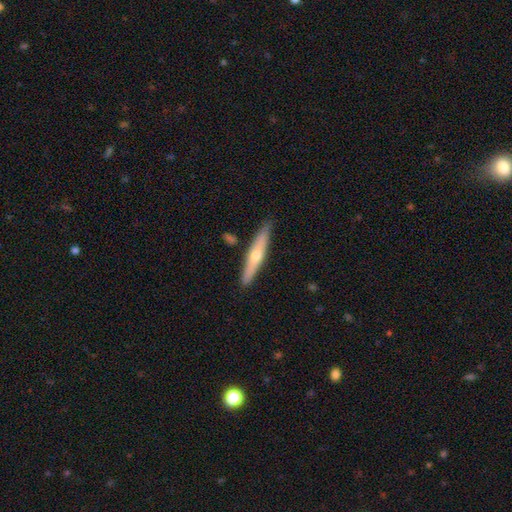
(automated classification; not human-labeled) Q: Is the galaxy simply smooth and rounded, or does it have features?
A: featured or disk — 51%.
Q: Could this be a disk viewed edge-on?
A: yes — 92%.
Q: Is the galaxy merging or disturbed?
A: none — 86%.